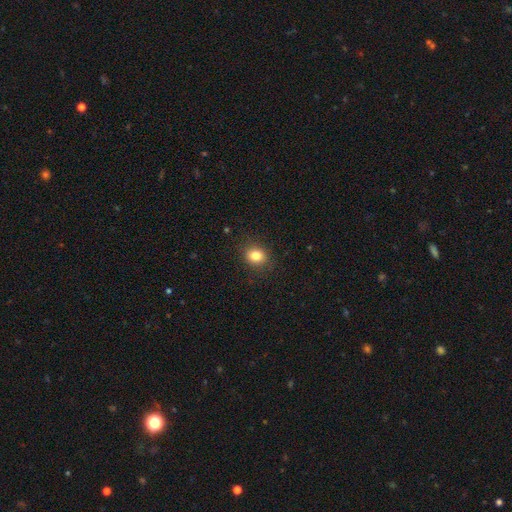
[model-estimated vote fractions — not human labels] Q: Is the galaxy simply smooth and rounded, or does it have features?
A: smooth — 83%.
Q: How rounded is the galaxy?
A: round — 67%.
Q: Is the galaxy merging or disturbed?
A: none — 88%.